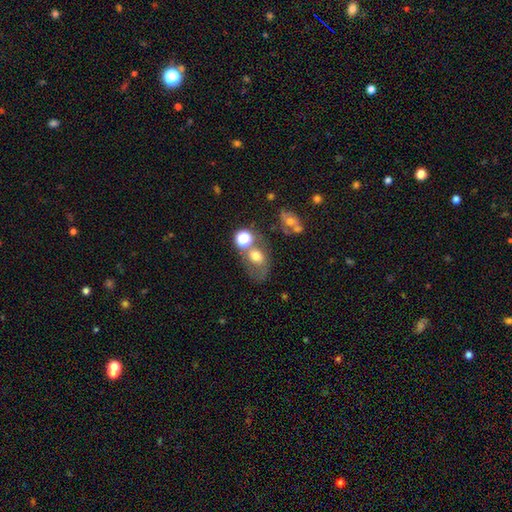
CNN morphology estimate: Smooth or featured? Predicted: smooth (p=0.58). How rounded? Predicted: in between (p=0.60). Merging? Predicted: none (p=0.35).